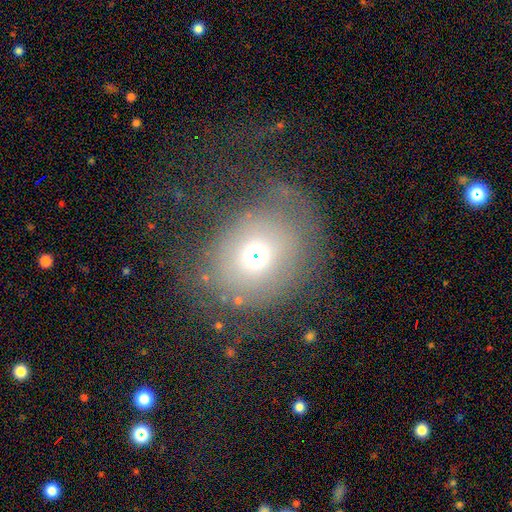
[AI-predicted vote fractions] Overall: smooth (58%; featured or disk 26%). How rounded: round (64%; in between 35%). Merging: none (38%; major disturbance 33%).